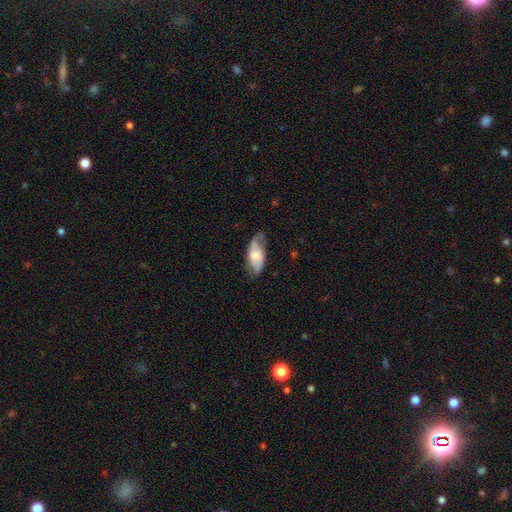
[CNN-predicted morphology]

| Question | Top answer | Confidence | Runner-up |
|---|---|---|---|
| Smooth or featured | smooth | 55% | featured or disk (38%) |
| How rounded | in between | 87% | cigar-shaped (10%) |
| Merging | none | 56% | minor disturbance (30%) |